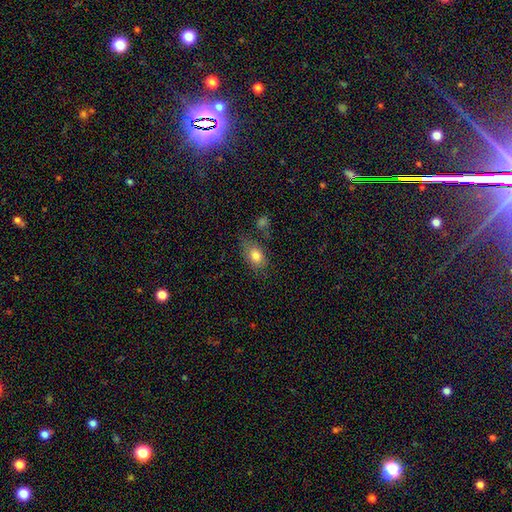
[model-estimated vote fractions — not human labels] This appears to be a smooth galaxy with no disk features (80%) that is in between round and cigar-shaped (80%). Merging: none (61%).